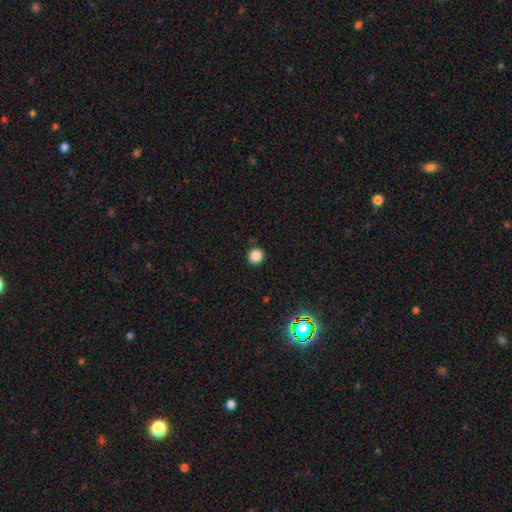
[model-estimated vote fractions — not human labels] Overall: smooth (85%). How rounded: round (94%). Merging: none (90%).